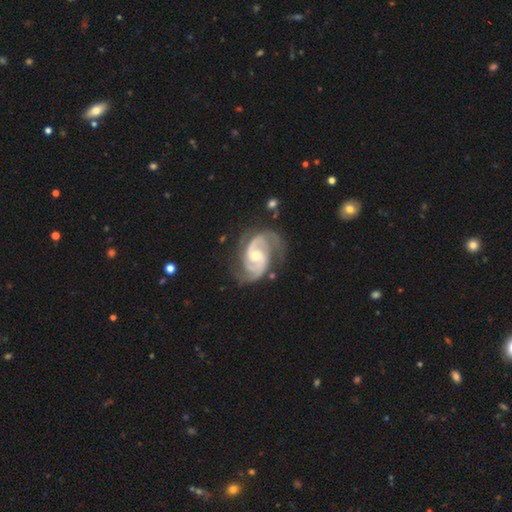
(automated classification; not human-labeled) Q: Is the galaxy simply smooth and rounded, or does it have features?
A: featured or disk — 92%.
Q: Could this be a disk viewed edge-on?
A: no — 98%.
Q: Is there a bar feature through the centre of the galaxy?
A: no — 50%.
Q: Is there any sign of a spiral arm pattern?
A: yes — 98%.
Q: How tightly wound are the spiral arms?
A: medium — 55%.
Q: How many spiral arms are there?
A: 2 — 81%.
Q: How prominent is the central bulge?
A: moderate — 57%.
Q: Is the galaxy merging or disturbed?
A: none — 69%.